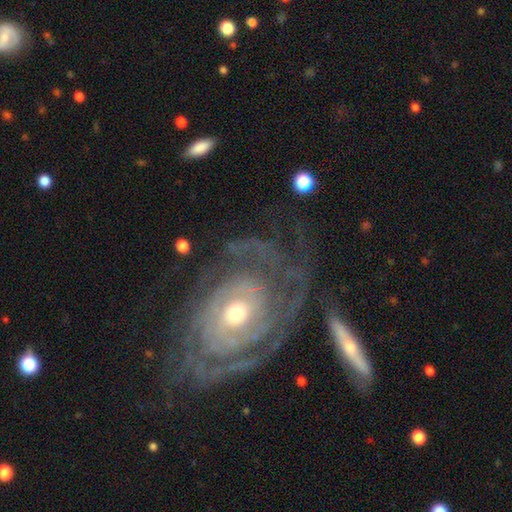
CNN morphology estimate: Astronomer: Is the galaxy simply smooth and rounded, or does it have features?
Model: featured or disk — 87%.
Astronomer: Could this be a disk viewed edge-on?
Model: no — 95%.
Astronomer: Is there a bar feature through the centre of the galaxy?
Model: no — 72%.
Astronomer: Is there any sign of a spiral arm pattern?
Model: yes — 92%.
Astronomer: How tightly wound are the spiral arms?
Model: tight — 75%.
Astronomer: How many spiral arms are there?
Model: can't tell — 37% (runner-up: 2, 20%).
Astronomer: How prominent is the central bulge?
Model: moderate — 55% (runner-up: small, 39%).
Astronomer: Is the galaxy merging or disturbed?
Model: none — 61%.